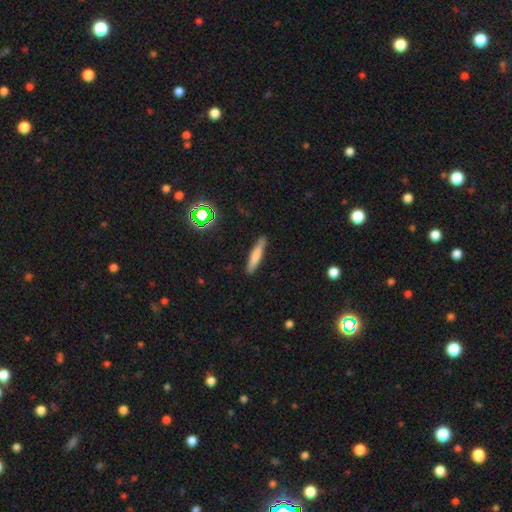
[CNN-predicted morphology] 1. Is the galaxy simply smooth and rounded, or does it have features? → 69% smooth, 22% featured or disk, 9% star or artifact.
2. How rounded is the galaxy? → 90% cigar-shaped, 9% in between, 2% round.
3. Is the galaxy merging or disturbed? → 87% none, 9% minor disturbance, 2% major disturbance, 1% merger.